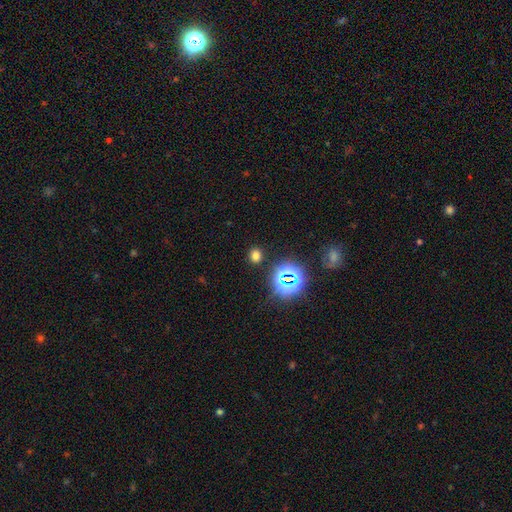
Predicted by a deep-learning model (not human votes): This is likely a smooth galaxy (65%). How rounded: likely round (66%). Merging: clearly none (87%).